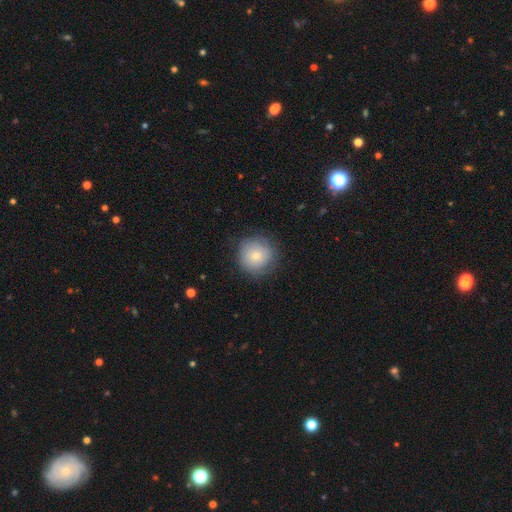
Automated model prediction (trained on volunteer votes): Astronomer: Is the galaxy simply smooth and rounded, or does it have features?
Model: smooth — 75%.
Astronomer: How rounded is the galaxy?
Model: round — 93%.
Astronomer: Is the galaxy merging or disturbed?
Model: none — 79%.